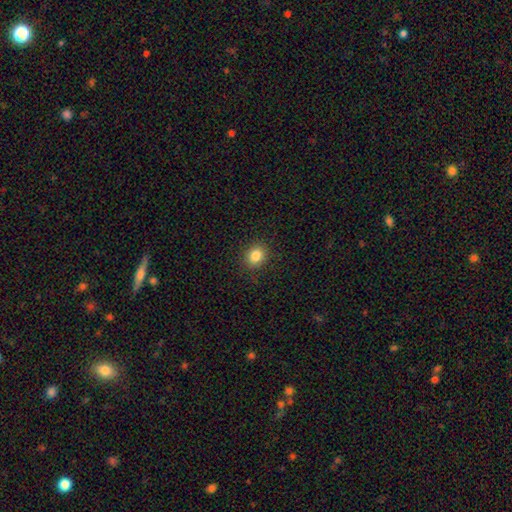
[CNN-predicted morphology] Q: Smooth or featured?
A: smooth (84%); runner-up: star or artifact (11%)
Q: How rounded?
A: round (69%); runner-up: in between (30%)
Q: Merging?
A: none (90%); runner-up: minor disturbance (7%)